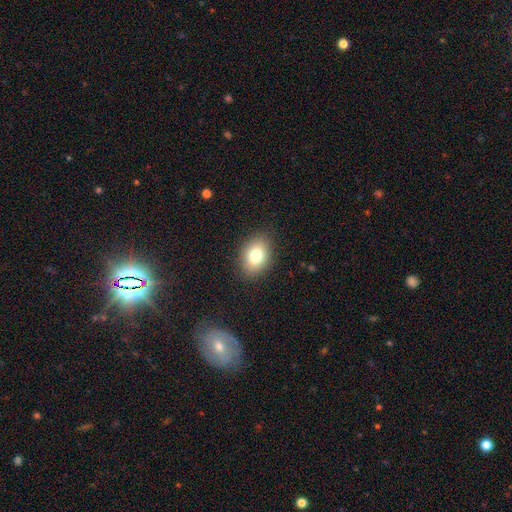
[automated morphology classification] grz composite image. It shows a smooth galaxy with no disk features (78%) that is in between round and cigar-shaped (75%). Merging: none (87%).